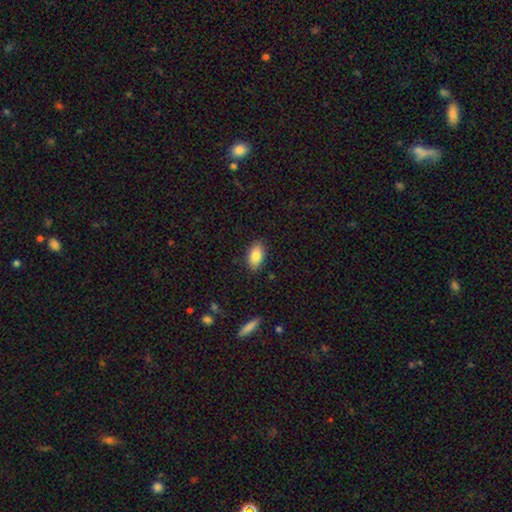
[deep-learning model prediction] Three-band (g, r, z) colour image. It shows a smooth galaxy with no disk features (85%) that is in between round and cigar-shaped (92%). Merging: none (86%).